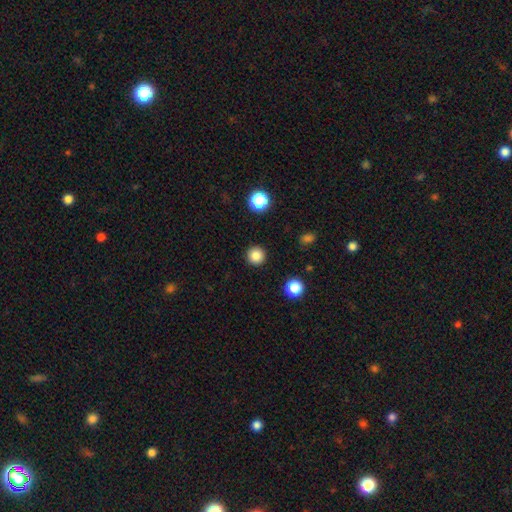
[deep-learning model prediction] This appears to be a smooth galaxy with no disk features (84%) that is round (96%). Merging: none (92%).